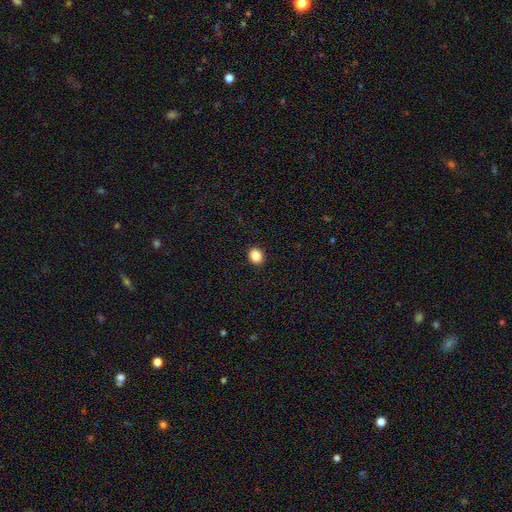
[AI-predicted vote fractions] Smooth or featured?
  - smooth: 86% *
  - star or artifact: 10%
  - featured or disk: 4%
How rounded?
  - round: 70% *
  - in between: 29%
  - cigar-shaped: 1%
Merging?
  - none: 92% *
  - minor disturbance: 5%
  - major disturbance: 2%
  - merger: 1%